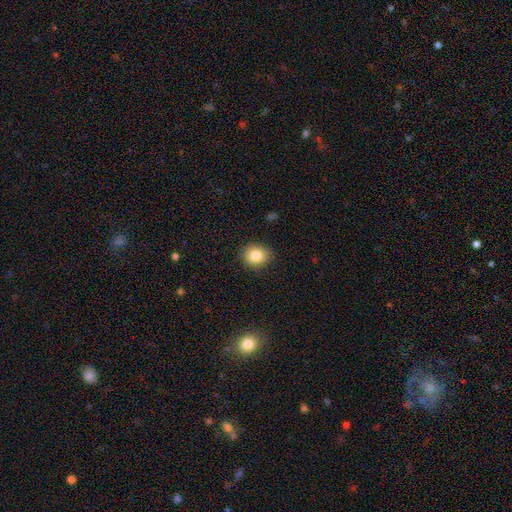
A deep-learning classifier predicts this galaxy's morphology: Smooth or featured? smooth (84%)
How rounded? round (65%)
Merging? none (87%)